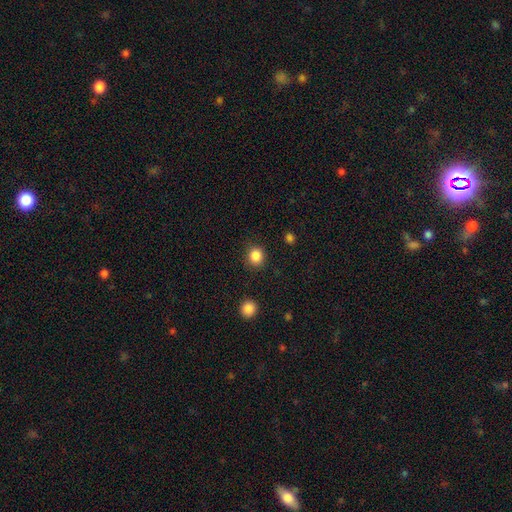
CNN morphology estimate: Smooth or featured?
  - smooth: 86% *
  - star or artifact: 11%
  - featured or disk: 3%
How rounded?
  - round: 86% *
  - in between: 13%
  - cigar-shaped: 1%
Merging?
  - none: 88% *
  - minor disturbance: 8%
  - major disturbance: 3%
  - merger: 1%